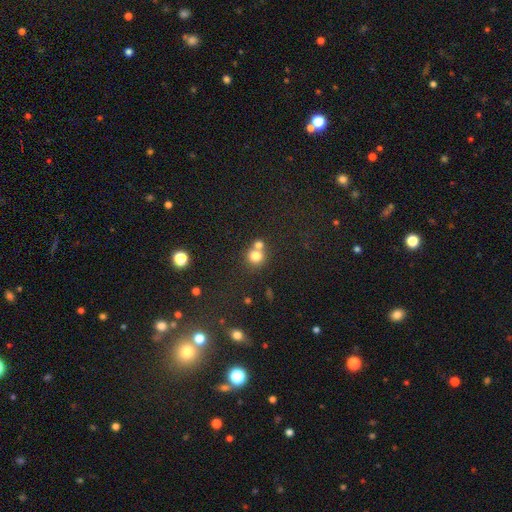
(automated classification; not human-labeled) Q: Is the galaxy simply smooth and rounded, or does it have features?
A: smooth — 76%.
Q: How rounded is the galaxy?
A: round — 87%.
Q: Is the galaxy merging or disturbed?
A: merger — 47%.